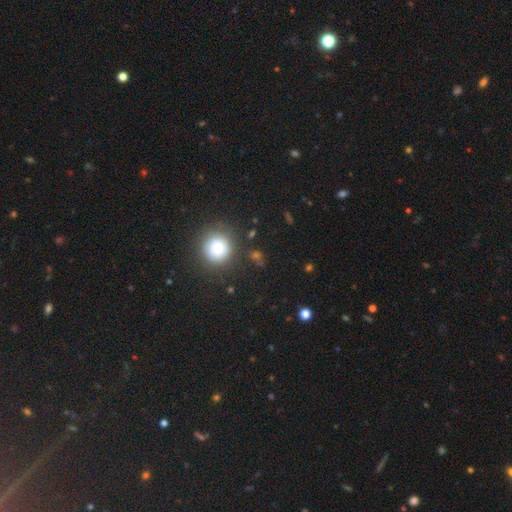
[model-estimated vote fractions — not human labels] The model was most divided on "smooth or featured": smooth: 69%, star or artifact: 19%, featured or disk: 11%. More confident: how rounded — round (90%); merging — none (84%).